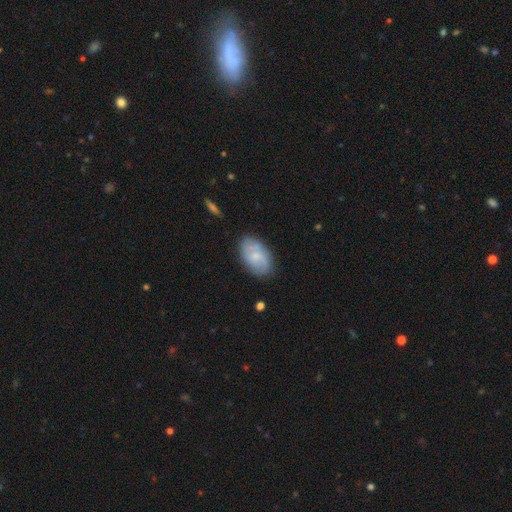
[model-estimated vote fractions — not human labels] Smooth or featured?
  - featured or disk: 48% *
  - smooth: 45%
  - star or artifact: 7%
Merging?
  - none: 78% *
  - minor disturbance: 16%
  - major disturbance: 4%
  - merger: 2%